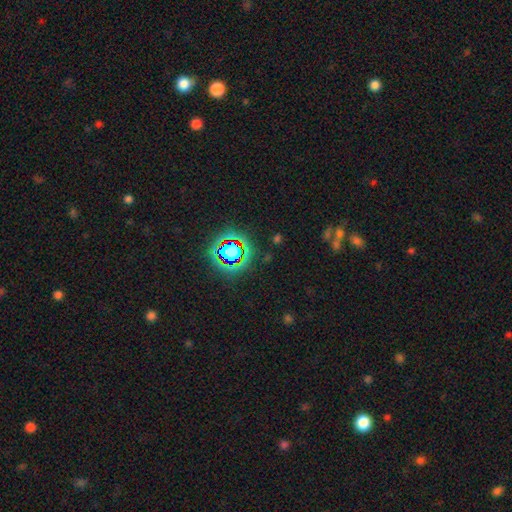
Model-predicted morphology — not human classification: type=star or artifact (75%).